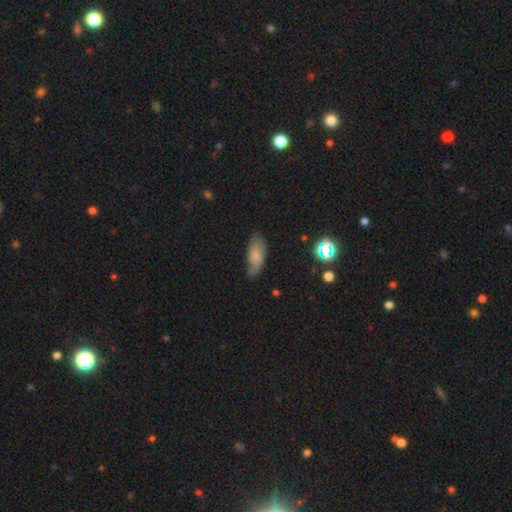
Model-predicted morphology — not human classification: Overall: smooth (60%; featured or disk 30%). How rounded: in between (81%). Merging: none (64%; minor disturbance 27%).